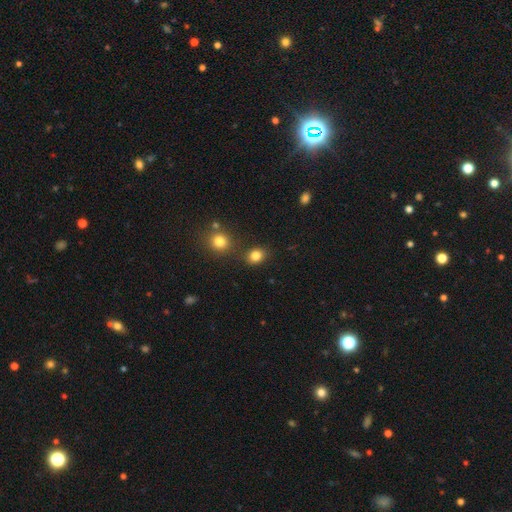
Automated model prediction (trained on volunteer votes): Overall: smooth (83%). How rounded: round (51%; in between 48%). Merging: none (78%).